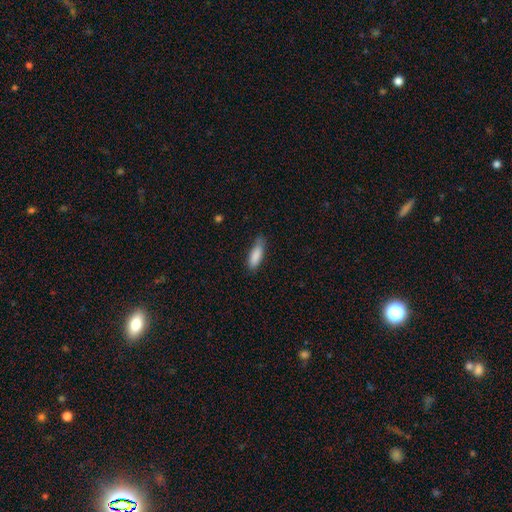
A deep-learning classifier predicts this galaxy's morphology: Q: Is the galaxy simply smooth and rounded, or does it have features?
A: smooth — 86%.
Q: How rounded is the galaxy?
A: in between — 54%.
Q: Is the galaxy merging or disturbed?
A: none — 68%.